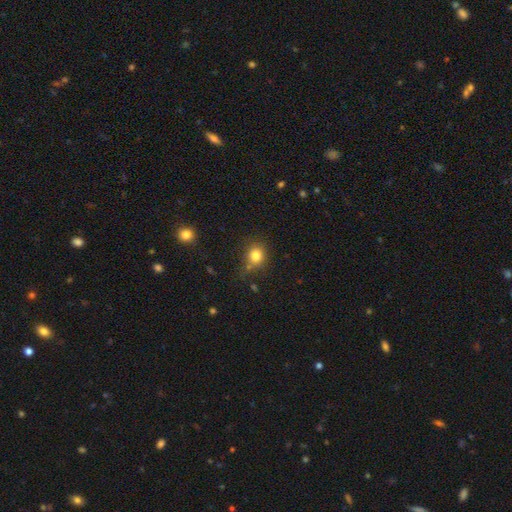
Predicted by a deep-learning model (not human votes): Q: Smooth or featured?
A: smooth (81%); runner-up: star or artifact (12%)
Q: How rounded?
A: round (76%); runner-up: in between (23%)
Q: Merging?
A: none (70%); runner-up: minor disturbance (18%)